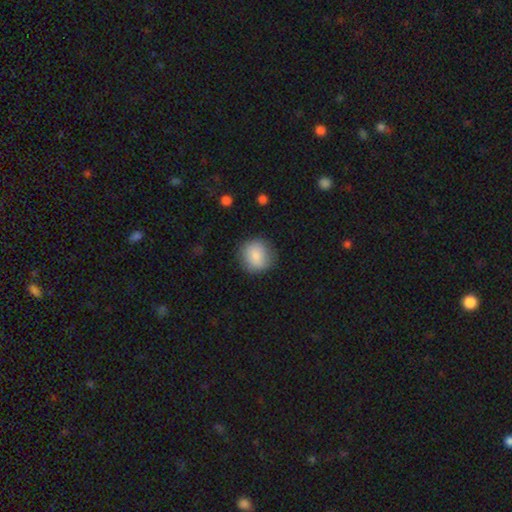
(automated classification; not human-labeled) Q: Smooth or featured?
A: smooth (84%); runner-up: featured or disk (8%)
Q: How rounded?
A: round (88%); runner-up: in between (11%)
Q: Merging?
A: none (83%); runner-up: minor disturbance (12%)